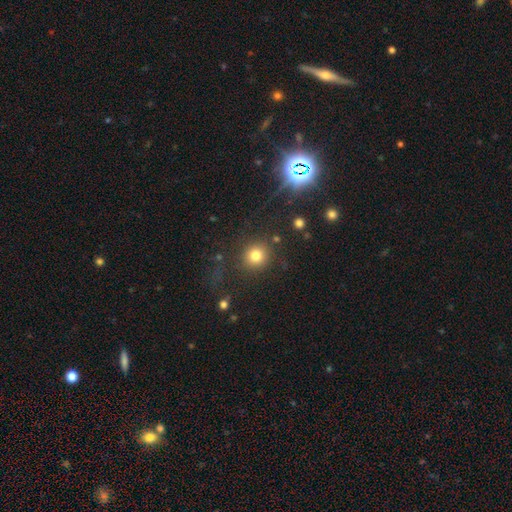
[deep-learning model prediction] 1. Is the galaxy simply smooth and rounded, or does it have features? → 80% smooth, 13% star or artifact, 7% featured or disk.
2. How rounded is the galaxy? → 91% round, 8% in between, 1% cigar-shaped.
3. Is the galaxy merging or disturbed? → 83% none, 9% minor disturbance, 5% major disturbance, 4% merger.